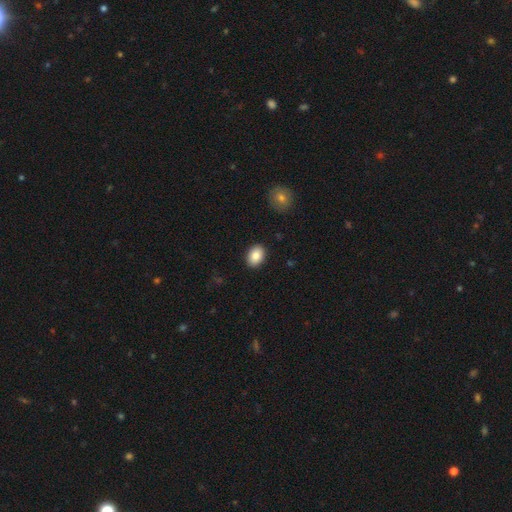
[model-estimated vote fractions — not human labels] smooth-or-featured: smooth: 86% | star or artifact: 8% | featured or disk: 6%
  how-rounded: in between: 75% | round: 24% | cigar-shaped: 1%
  merging: none: 90% | minor disturbance: 7% | major disturbance: 2% | merger: 1%